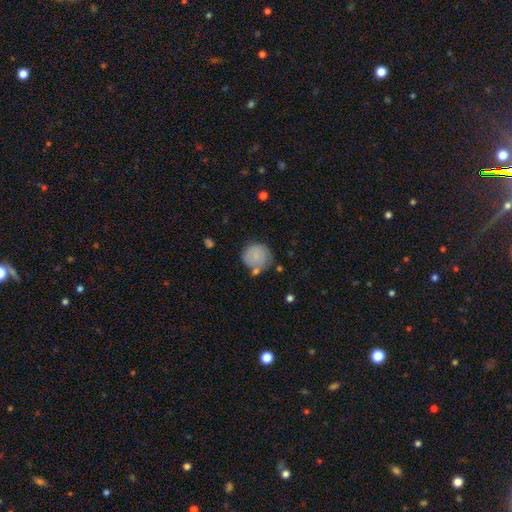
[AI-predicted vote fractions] The model was most divided on "merging": none: 62%, minor disturbance: 20%, merger: 11%, major disturbance: 7%. More confident: how rounded — round (90%); smooth or featured — smooth (80%).